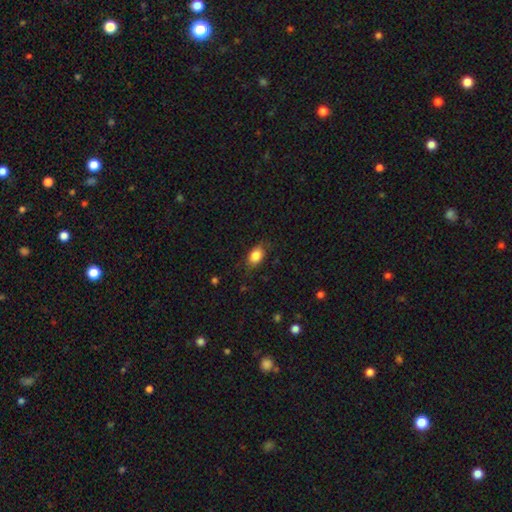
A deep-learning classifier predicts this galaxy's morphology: Smooth or featured?
  - smooth: 84% *
  - star or artifact: 8%
  - featured or disk: 7%
How rounded?
  - in between: 82% *
  - round: 16%
  - cigar-shaped: 2%
Merging?
  - none: 76% *
  - minor disturbance: 19%
  - major disturbance: 5%
  - merger: 1%